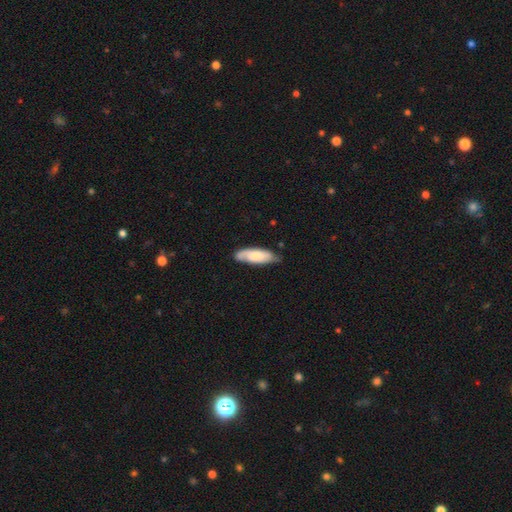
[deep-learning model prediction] The model was most divided on "how rounded": in between: 62%, cigar-shaped: 37%, round: 2%. More confident: merging — none (65%); smooth or featured — smooth (64%).